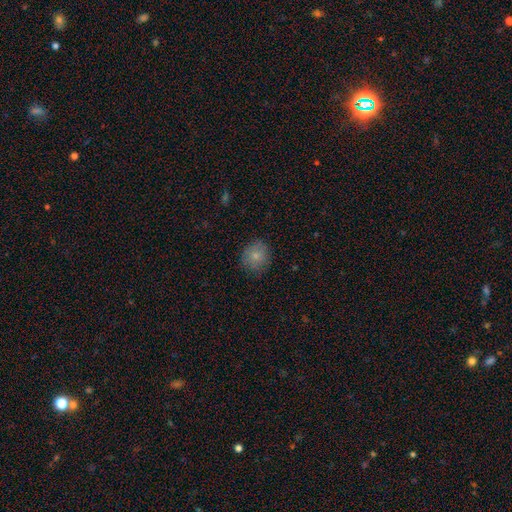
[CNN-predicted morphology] Smooth or featured? smooth (81%)
How rounded? round (85%)
Merging? none (81%)